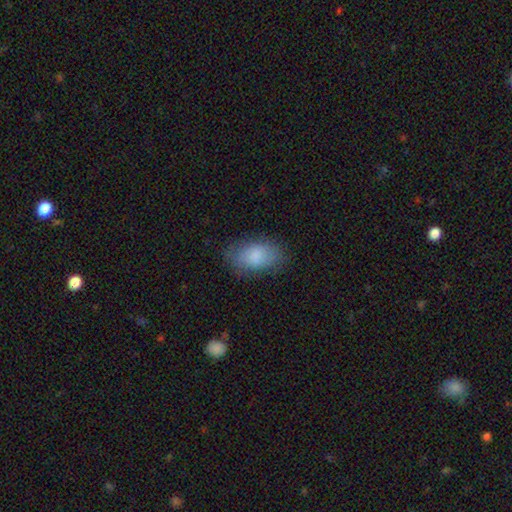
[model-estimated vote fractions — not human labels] Smooth or featured: smooth — 83% (featured or disk — 10%)
How rounded: in between — 92% (round — 6%)
Merging: none — 76% (minor disturbance — 17%)